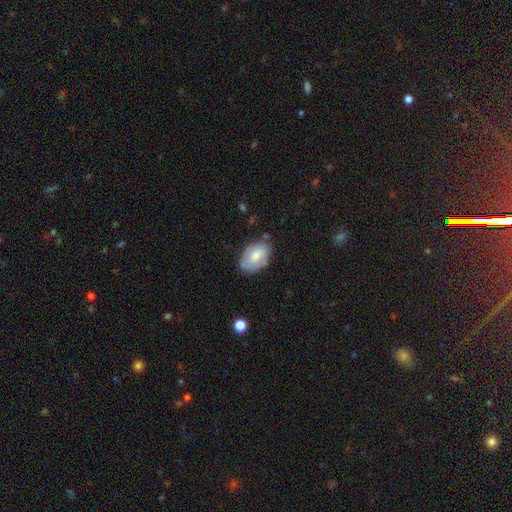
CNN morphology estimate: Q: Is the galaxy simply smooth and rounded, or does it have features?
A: smooth — 71%.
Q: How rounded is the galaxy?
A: in between — 85%.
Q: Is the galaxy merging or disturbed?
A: none — 68%.